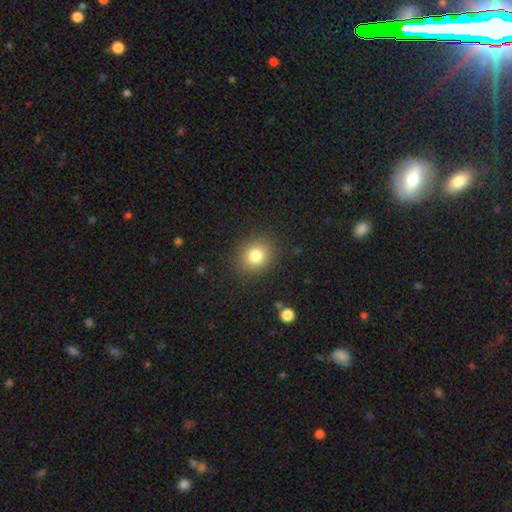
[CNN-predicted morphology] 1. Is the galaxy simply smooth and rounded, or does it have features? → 80% smooth, 12% star or artifact, 8% featured or disk.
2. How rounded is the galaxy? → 69% round, 30% in between, 1% cigar-shaped.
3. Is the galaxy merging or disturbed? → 87% none, 8% minor disturbance, 3% major disturbance, 1% merger.